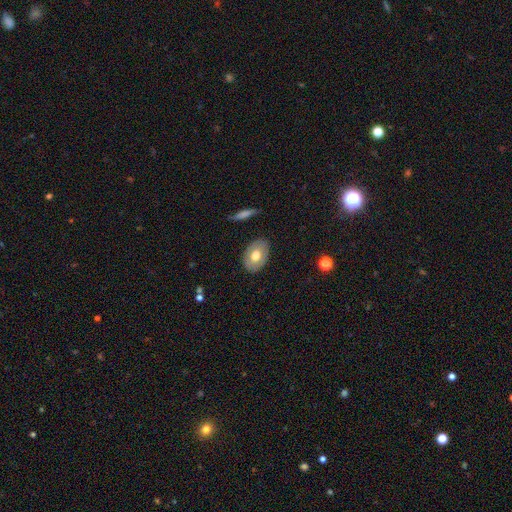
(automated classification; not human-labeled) The model was most divided on "smooth or featured": smooth: 62%, featured or disk: 32%, star or artifact: 6%. More confident: how rounded — in between (85%); merging — none (84%).